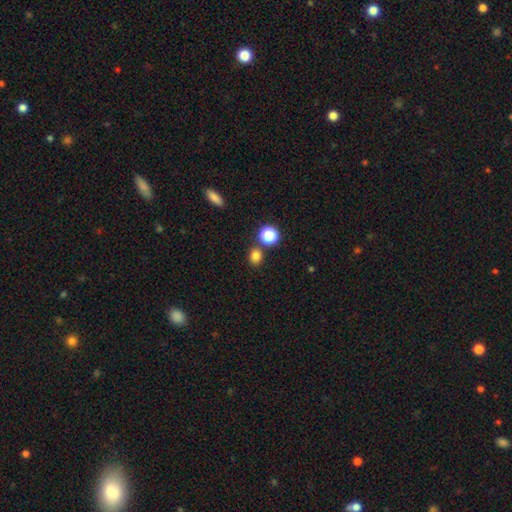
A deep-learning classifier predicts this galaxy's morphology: Smooth or featured?
  - smooth: 80% *
  - star or artifact: 15%
  - featured or disk: 5%
How rounded?
  - round: 69% *
  - in between: 29%
  - cigar-shaped: 1%
Merging?
  - none: 75% *
  - merger: 14%
  - minor disturbance: 9%
  - major disturbance: 3%